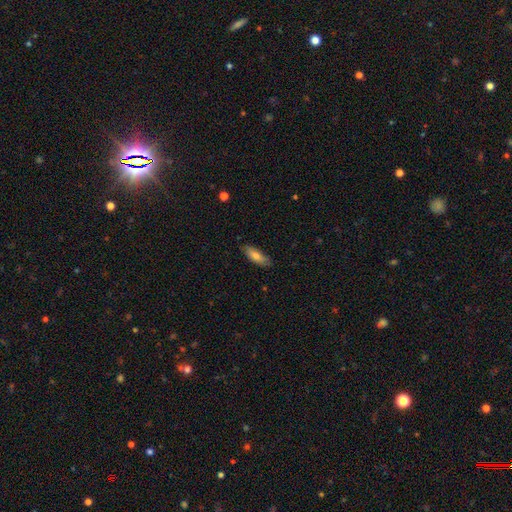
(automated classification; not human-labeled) Overall: smooth (73%). How rounded: in between (65%; cigar-shaped 33%). Merging: none (81%).